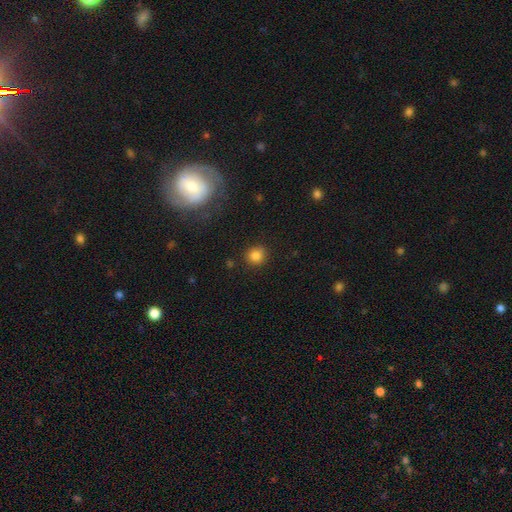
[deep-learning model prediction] Q: Smooth or featured?
A: smooth (83%); runner-up: star or artifact (12%)
Q: How rounded?
A: round (88%); runner-up: in between (11%)
Q: Merging?
A: none (89%); runner-up: minor disturbance (7%)